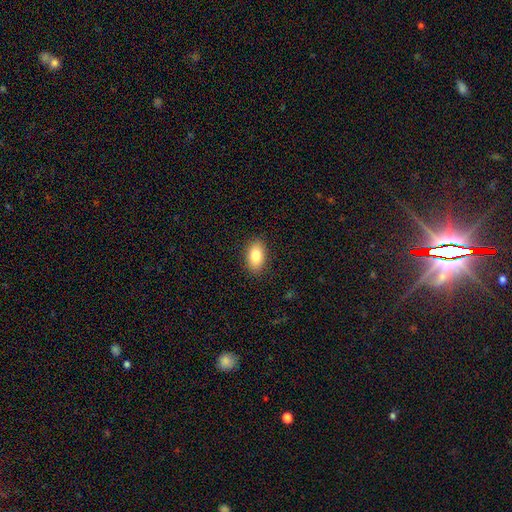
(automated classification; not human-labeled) Smooth or featured?
  - smooth: 84% *
  - featured or disk: 8%
  - star or artifact: 8%
How rounded?
  - in between: 92% *
  - round: 5%
  - cigar-shaped: 3%
Merging?
  - none: 88% *
  - minor disturbance: 9%
  - major disturbance: 2%
  - merger: 1%